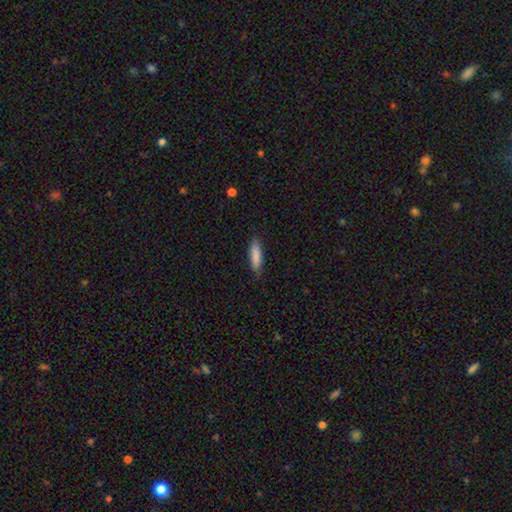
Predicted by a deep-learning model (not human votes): This appears to be a smooth galaxy with no disk features (86%) that is cigar-shaped (67%). Merging: none (84%).